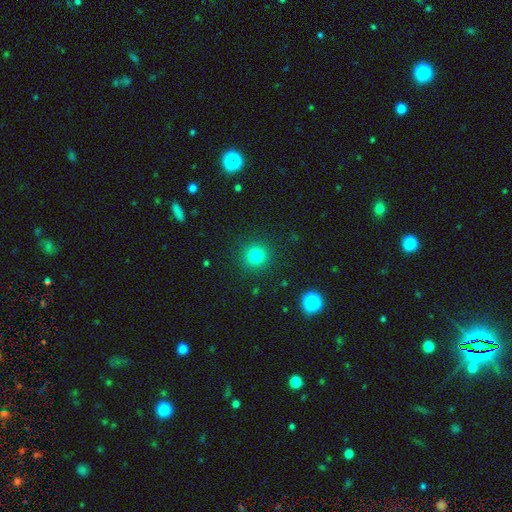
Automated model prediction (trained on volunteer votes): Smooth or featured?
  - smooth: 81% *
  - star or artifact: 14%
  - featured or disk: 6%
How rounded?
  - round: 94% *
  - in between: 5%
  - cigar-shaped: 1%
Merging?
  - none: 90% *
  - minor disturbance: 6%
  - major disturbance: 2%
  - merger: 1%